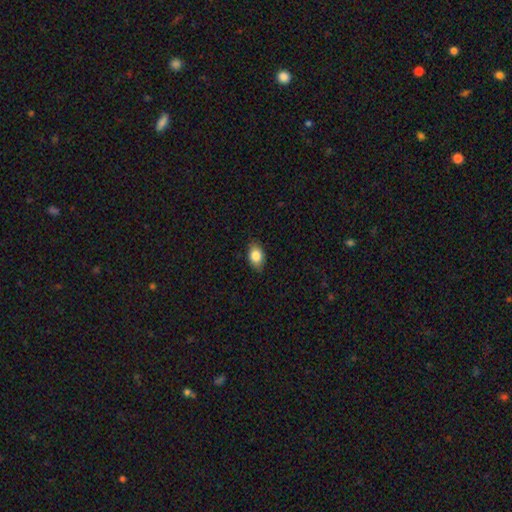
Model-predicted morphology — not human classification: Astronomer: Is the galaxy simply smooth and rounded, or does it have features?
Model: smooth — 84%.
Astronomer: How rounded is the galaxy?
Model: in between — 85%.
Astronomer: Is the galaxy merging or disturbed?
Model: none — 85%.